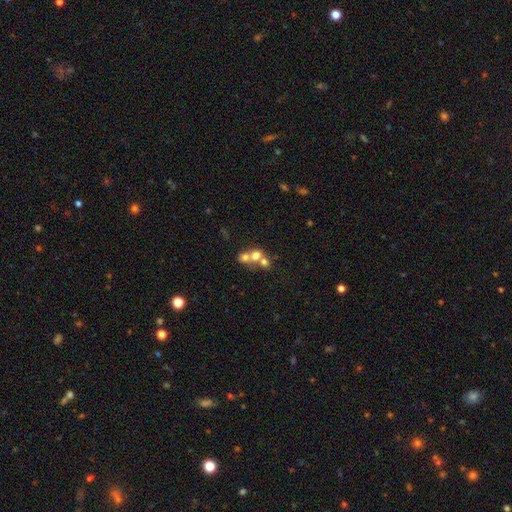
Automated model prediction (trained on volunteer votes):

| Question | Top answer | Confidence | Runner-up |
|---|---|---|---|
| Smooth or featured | smooth | 62% | featured or disk (24%) |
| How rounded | round | 77% | in between (22%) |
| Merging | merger | 65% | none (26%) |